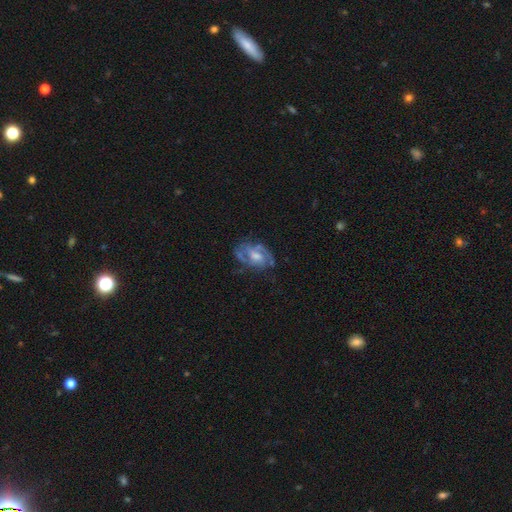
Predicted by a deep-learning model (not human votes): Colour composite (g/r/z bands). It shows a featured or disk galaxy (76%) with a weak bar (46%), 2 (49%) medium (47%) spiral arms (81%) and a moderate central bulge (50%). Merging: none (55%).